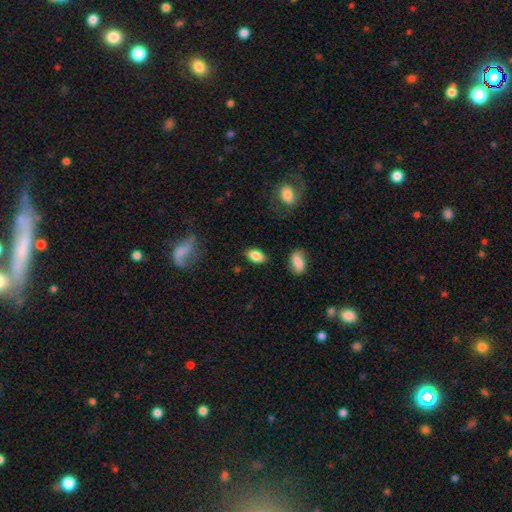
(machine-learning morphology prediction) Smooth or featured: smooth — 82% (featured or disk — 9%)
How rounded: in between — 89% (round — 8%)
Merging: none — 83% (minor disturbance — 12%)